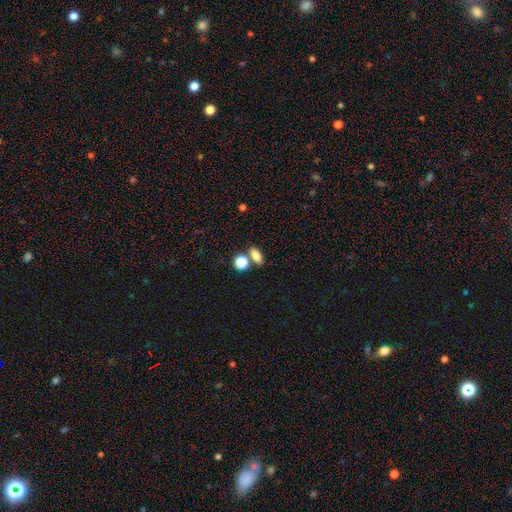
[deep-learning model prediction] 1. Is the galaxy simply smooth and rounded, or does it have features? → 80% smooth, 13% star or artifact, 8% featured or disk.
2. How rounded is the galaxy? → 75% in between, 17% round, 8% cigar-shaped.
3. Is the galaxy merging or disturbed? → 62% none, 23% merger, 11% minor disturbance, 4% major disturbance.